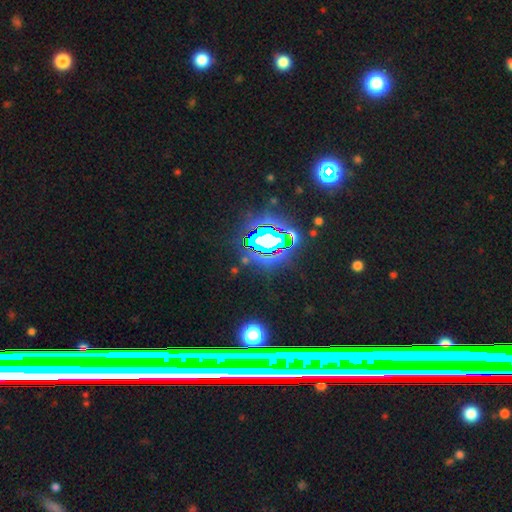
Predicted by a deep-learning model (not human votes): Q: Smooth or featured?
A: star or artifact (70%); runner-up: featured or disk (15%)